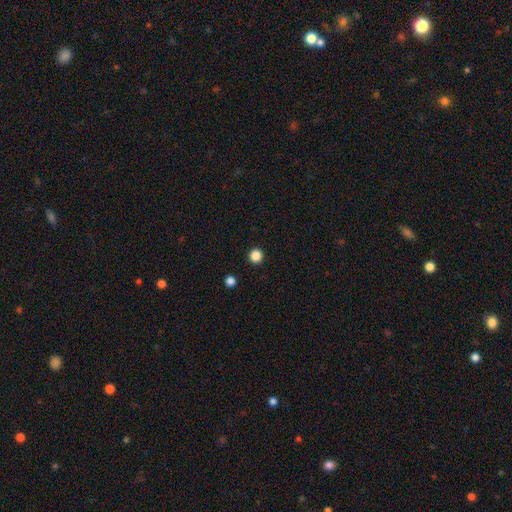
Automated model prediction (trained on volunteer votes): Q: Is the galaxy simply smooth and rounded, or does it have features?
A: smooth — 86%.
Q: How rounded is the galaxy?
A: round — 96%.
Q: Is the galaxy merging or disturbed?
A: none — 93%.